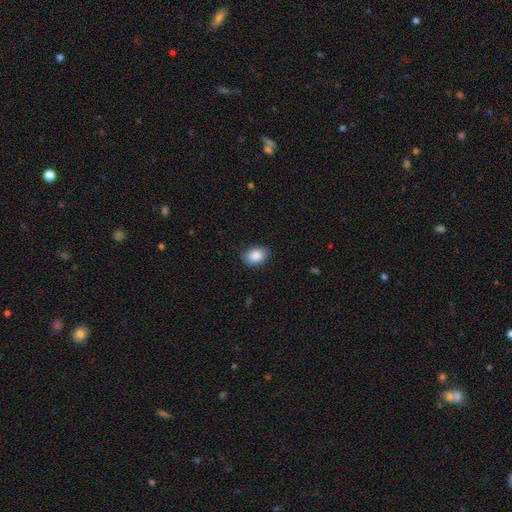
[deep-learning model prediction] smooth_or_featured: smooth (p=0.88) [alt: star or artifact p=0.07]
how_rounded: in between (p=0.71) [alt: round p=0.28]
merging: none (p=0.82) [alt: minor disturbance p=0.14]